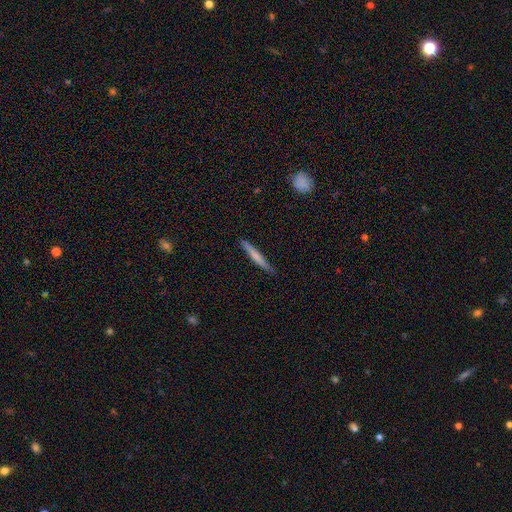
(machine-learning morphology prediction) smooth 62%, featured or disk 33%, star or artifact 5%. Down the decision tree: how rounded — cigar-shaped (96%); merging — none (88%).